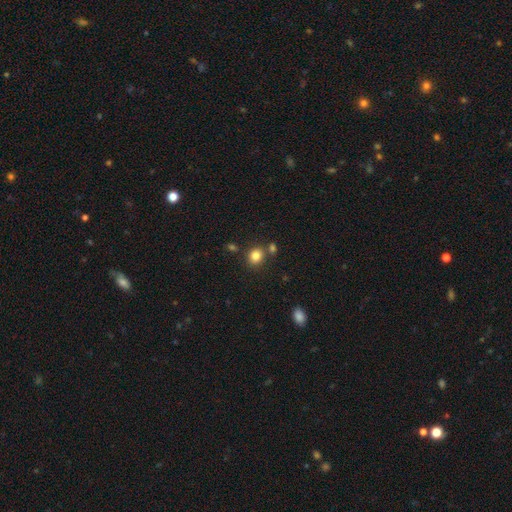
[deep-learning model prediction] Smooth or featured: smooth — 83% (star or artifact — 11%)
How rounded: round — 67% (in between — 33%)
Merging: none — 75% (merger — 11%)